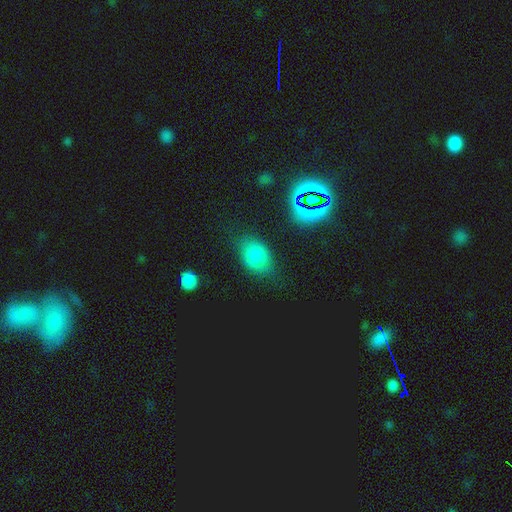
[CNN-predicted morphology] Smooth or featured? Predicted: smooth (p=0.78). How rounded? Predicted: in between (p=0.79). Merging? Predicted: none (p=0.74).